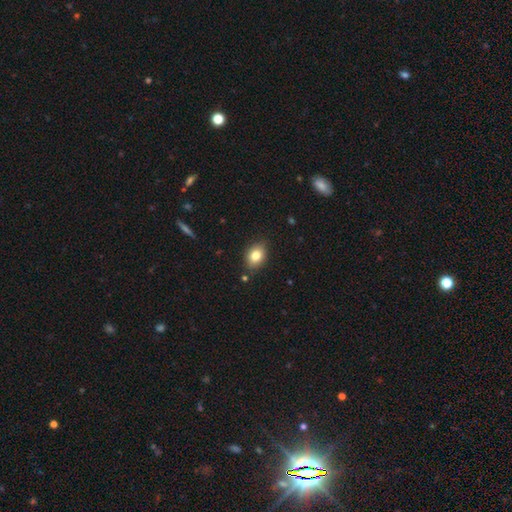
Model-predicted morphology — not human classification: Smooth or featured: smooth — 81% (star or artifact — 10%)
How rounded: in between — 70% (round — 28%)
Merging: none — 84% (minor disturbance — 12%)